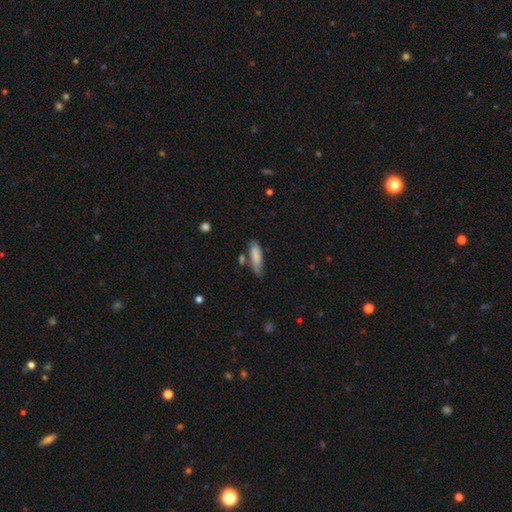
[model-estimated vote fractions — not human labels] Smooth or featured? smooth (82%)
How rounded? cigar-shaped (57%)
Merging? none (60%)